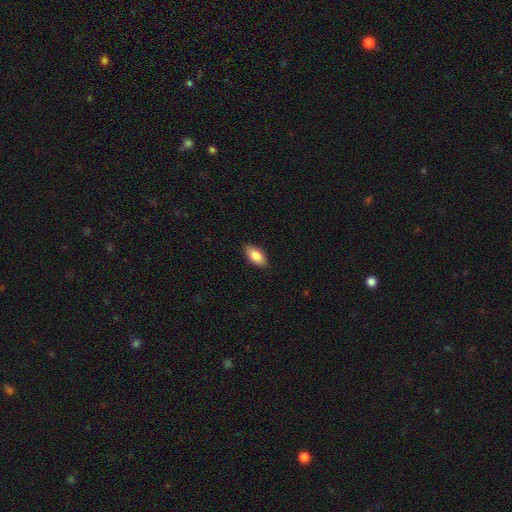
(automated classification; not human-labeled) Smooth or featured: smooth — 85% (featured or disk — 9%)
How rounded: in between — 90% (cigar-shaped — 7%)
Merging: none — 88% (minor disturbance — 10%)